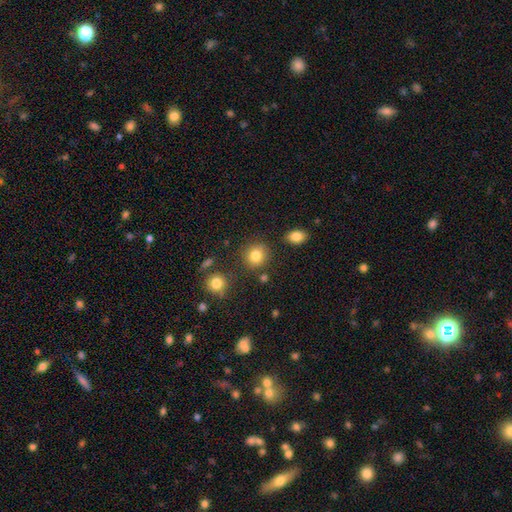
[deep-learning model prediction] Smooth or featured? smooth (83%)
How rounded? round (83%)
Merging? none (81%)